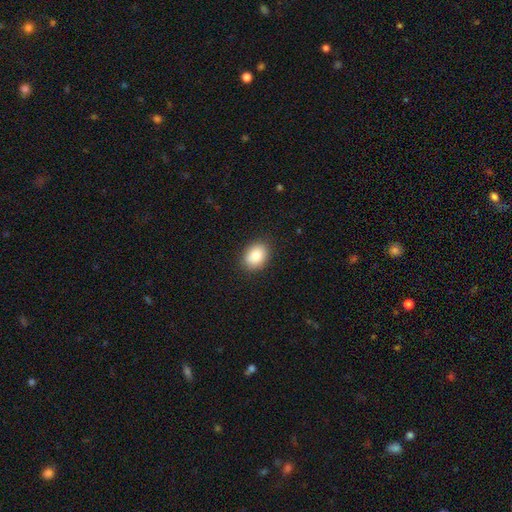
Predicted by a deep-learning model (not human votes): This is clearly a smooth galaxy (86%). How rounded: likely in between (70%). Merging: clearly none (87%).